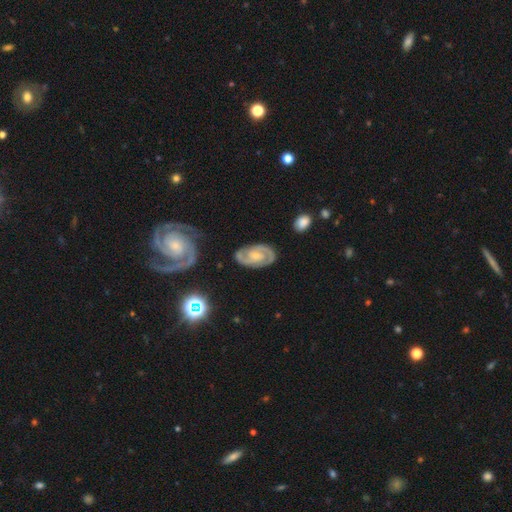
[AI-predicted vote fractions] Smooth or featured? Predicted: featured or disk (p=0.85). Edge-on disk? Predicted: no (p=0.97). Bar? Predicted: no (p=0.50). Spiral arms? Predicted: yes (p=0.97). Spiral winding? Predicted: tight (p=0.50). Spiral arm count? Predicted: 2 (p=0.89). Bulge size? Predicted: small (p=0.56). Merging? Predicted: none (p=0.79).